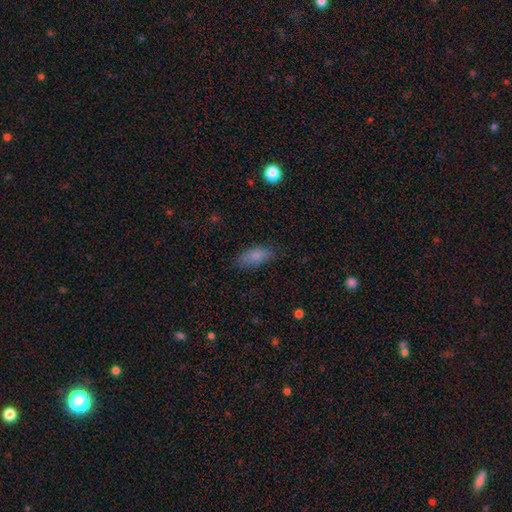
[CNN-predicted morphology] Smooth or featured?
  - smooth: 83% *
  - featured or disk: 9%
  - star or artifact: 8%
How rounded?
  - in between: 86% *
  - cigar-shaped: 11%
  - round: 3%
Merging?
  - none: 77% *
  - minor disturbance: 17%
  - major disturbance: 4%
  - merger: 1%